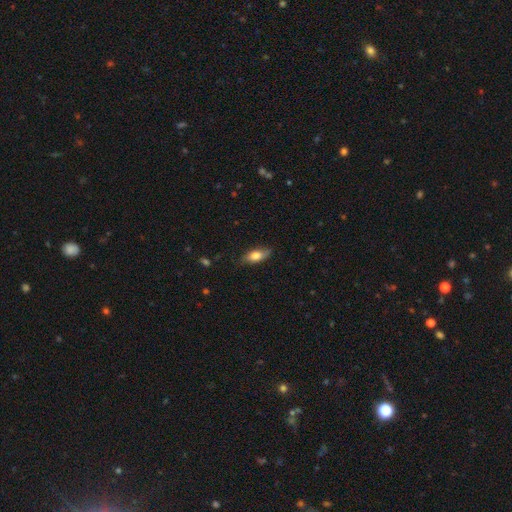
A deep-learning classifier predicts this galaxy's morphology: smooth_or_featured: smooth (p=0.69) [alt: featured or disk p=0.25]
how_rounded: in between (p=0.79) [alt: cigar-shaped p=0.17]
merging: none (p=0.75) [alt: minor disturbance p=0.20]